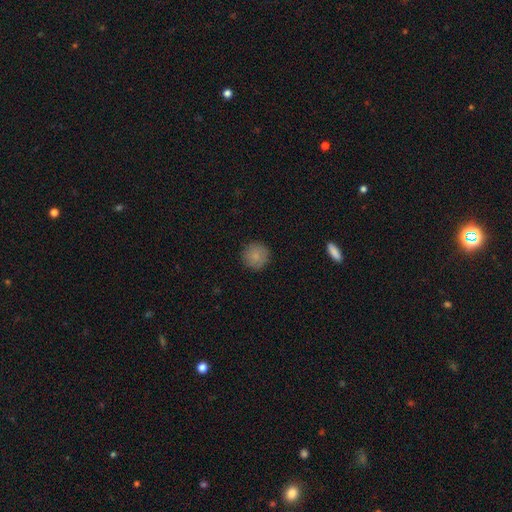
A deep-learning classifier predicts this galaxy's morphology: Smooth or featured?
  - smooth: 86% *
  - star or artifact: 9%
  - featured or disk: 6%
How rounded?
  - round: 94% *
  - in between: 5%
  - cigar-shaped: 1%
Merging?
  - none: 89% *
  - minor disturbance: 8%
  - major disturbance: 2%
  - merger: 1%